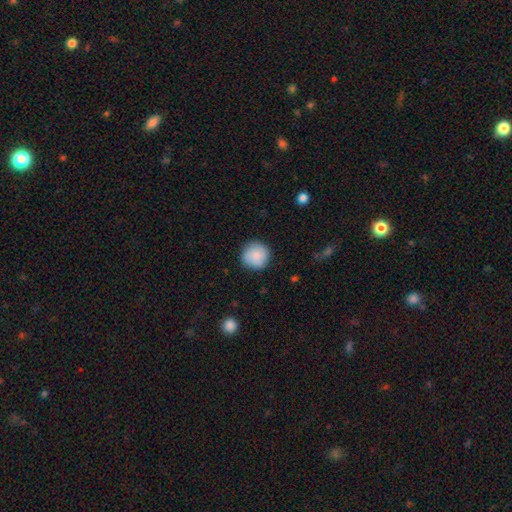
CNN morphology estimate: type=smooth (88%); roundness=round (95%); merging=none (88%).